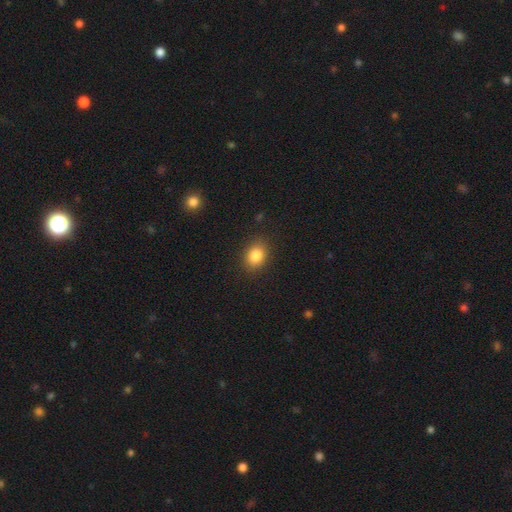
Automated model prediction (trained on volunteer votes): Overall: smooth (85%). How rounded: in between (57%; round 42%). Merging: none (87%).